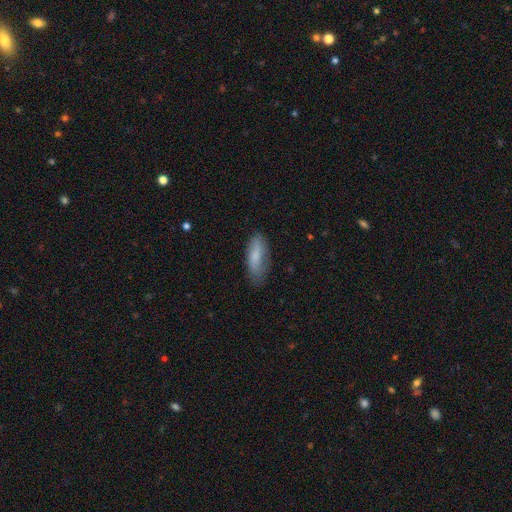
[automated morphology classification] A smooth galaxy with no disk features (79%) that is in between round and cigar-shaped (67%).

Vote fractions:
- Smooth or featured? smooth: 79% / featured or disk: 15% / star or artifact: 6%
- How rounded? in between: 67% / cigar-shaped: 32% / round: 2%
- Merging? none: 71% / minor disturbance: 23% / major disturbance: 5% / merger: 1%